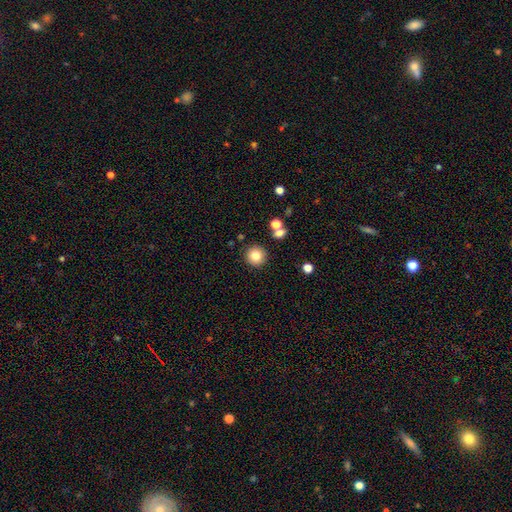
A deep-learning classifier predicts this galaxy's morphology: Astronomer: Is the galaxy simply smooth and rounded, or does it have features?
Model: smooth — 80%.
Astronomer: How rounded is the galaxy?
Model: round — 95%.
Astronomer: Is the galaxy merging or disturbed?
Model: none — 87%.